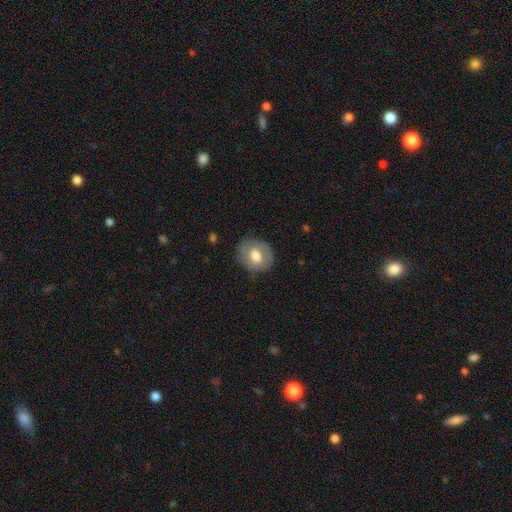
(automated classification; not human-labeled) Smooth or featured: smooth — 59% (featured or disk — 34%)
How rounded: round — 53% (in between — 46%)
Merging: none — 78% (minor disturbance — 15%)